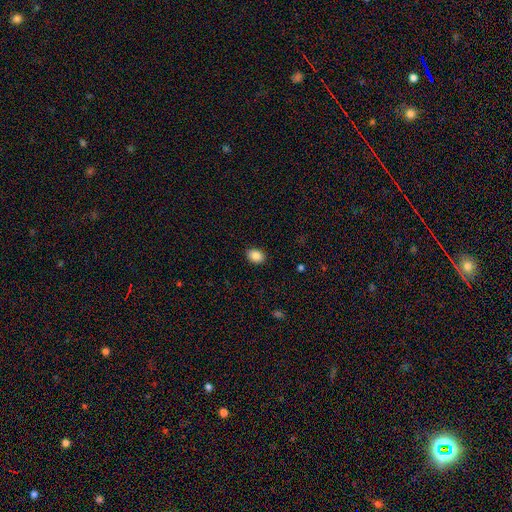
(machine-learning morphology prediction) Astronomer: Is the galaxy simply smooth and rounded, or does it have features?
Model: smooth — 88%.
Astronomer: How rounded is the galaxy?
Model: in between — 67%.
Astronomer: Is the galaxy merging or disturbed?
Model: none — 89%.